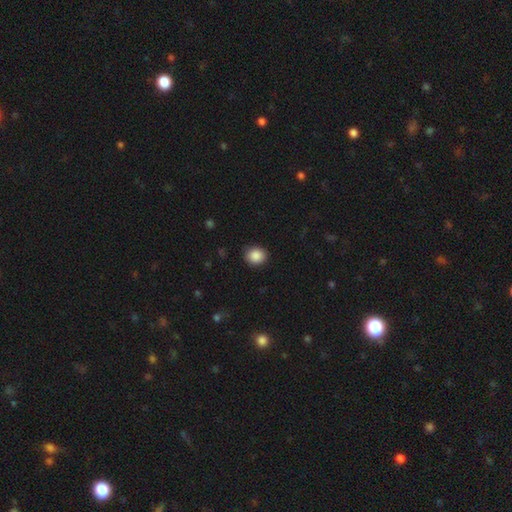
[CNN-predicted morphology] A smooth galaxy with no disk features (88%) that is round (74%).

Vote fractions:
- Smooth or featured? smooth: 88% / star or artifact: 8% / featured or disk: 3%
- How rounded? round: 74% / in between: 26% / cigar-shaped: 1%
- Merging? none: 88% / minor disturbance: 9% / major disturbance: 2% / merger: 1%